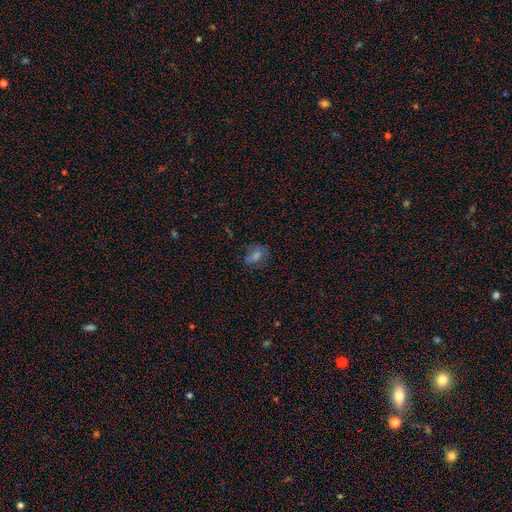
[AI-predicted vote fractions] The model was most divided on "smooth or featured": smooth: 43%, featured or disk: 33%, star or artifact: 24%. More confident: merging — none (73%).